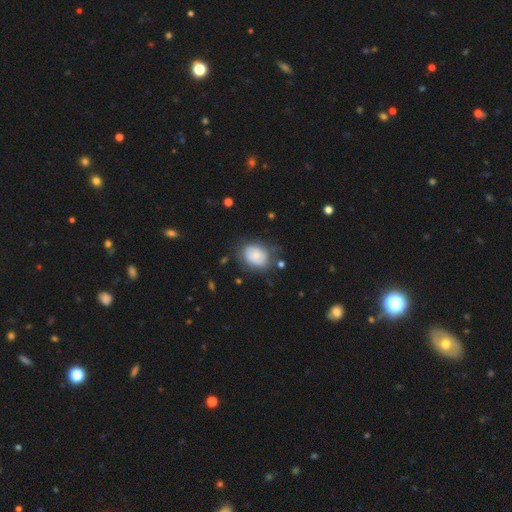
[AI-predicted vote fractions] A smooth galaxy with no disk features (72%) that is in between round and cigar-shaped (63%). Merging: none (64%).